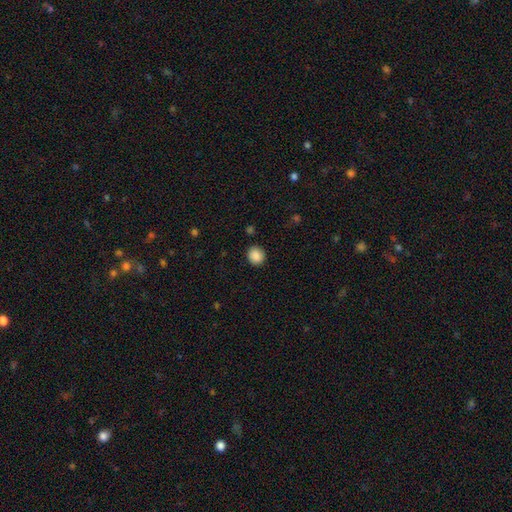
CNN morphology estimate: Smooth or featured?
  - smooth: 88% *
  - star or artifact: 9%
  - featured or disk: 3%
How rounded?
  - round: 82% *
  - in between: 17%
  - cigar-shaped: 1%
Merging?
  - none: 88% *
  - minor disturbance: 8%
  - major disturbance: 2%
  - merger: 2%